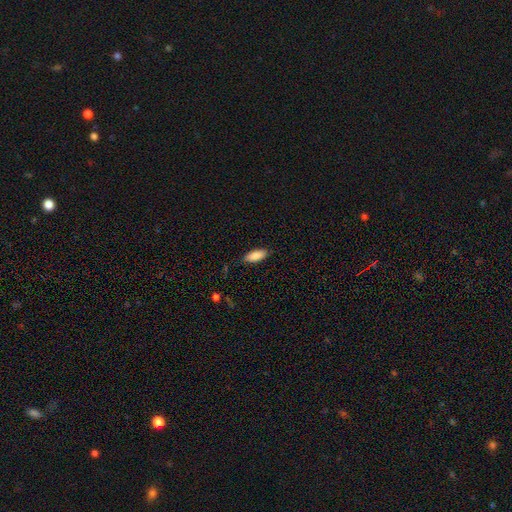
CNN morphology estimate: This is clearly a smooth galaxy (86%). How rounded: likely in between (77%). Merging: clearly none (85%).